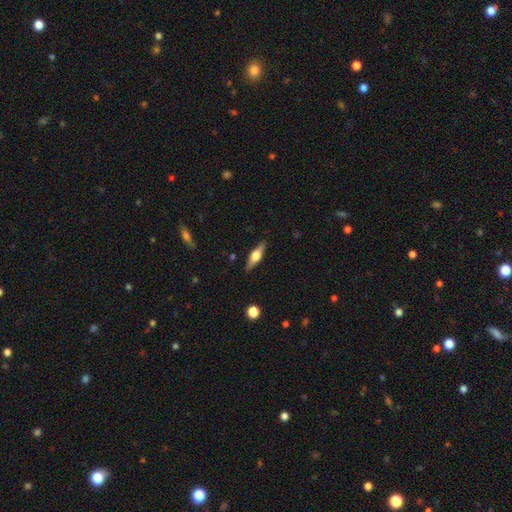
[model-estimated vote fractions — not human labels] smooth_or_featured: featured or disk (p=0.61) [alt: smooth p=0.33]
disk_edge_on: yes (p=0.95) [alt: no p=0.05]
edge_on_bulge: rounded (p=0.92) [alt: boxy p=0.06]
merging: none (p=0.87) [alt: minor disturbance p=0.10]